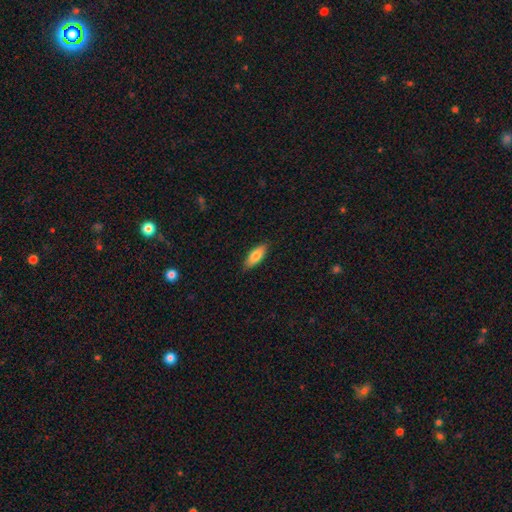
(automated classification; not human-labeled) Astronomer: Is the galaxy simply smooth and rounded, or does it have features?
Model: smooth — 83%.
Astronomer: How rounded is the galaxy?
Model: in between — 75%.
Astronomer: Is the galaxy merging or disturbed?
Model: none — 87%.